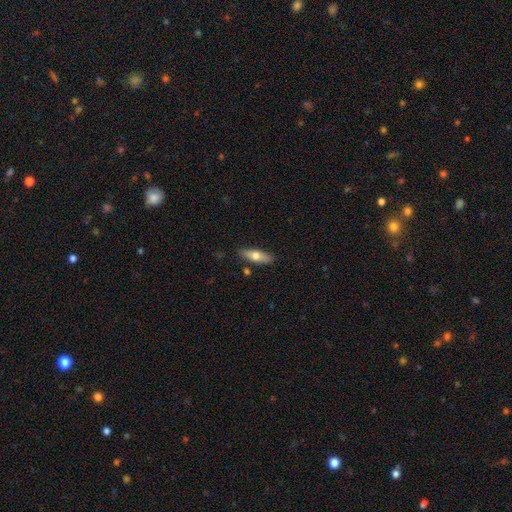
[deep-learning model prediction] Q: Smooth or featured?
A: smooth (62%); runner-up: featured or disk (32%)
Q: How rounded?
A: in between (49%); runner-up: cigar-shaped (48%)
Q: Merging?
A: none (84%); runner-up: minor disturbance (10%)